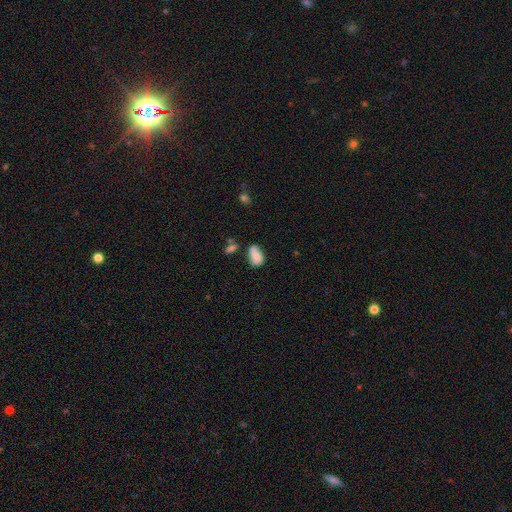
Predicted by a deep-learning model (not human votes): Overall: smooth (73%). How rounded: in between (88%). Merging: none (42%; minor disturbance 27%).